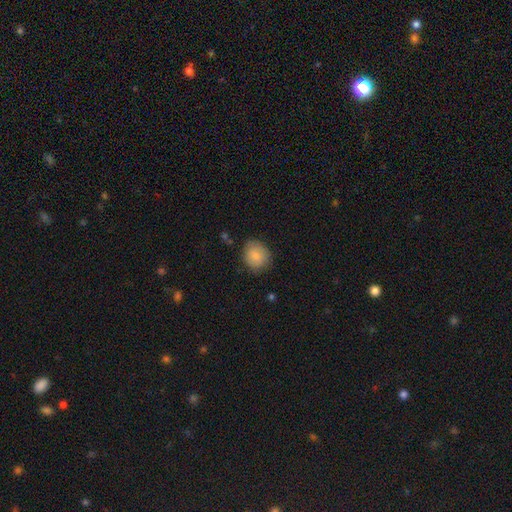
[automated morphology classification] A smooth galaxy with no disk features (85%) that is round (73%).

Vote fractions:
- Smooth or featured? smooth: 85% / featured or disk: 7% / star or artifact: 7%
- How rounded? round: 73% / in between: 27% / cigar-shaped: 1%
- Merging? none: 78% / minor disturbance: 17% / major disturbance: 4% / merger: 1%